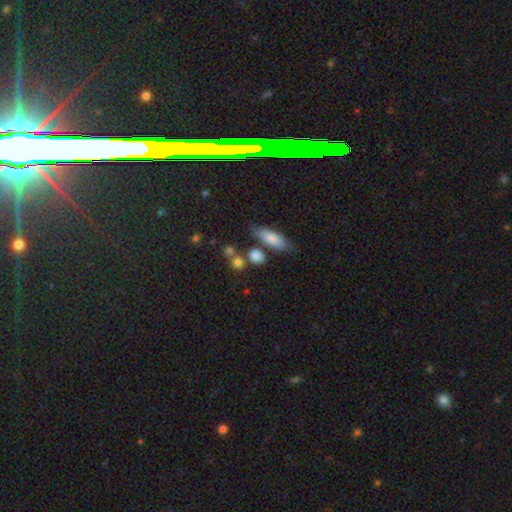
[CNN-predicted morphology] A smooth galaxy with no disk features (82%) that is round (60%).

Vote fractions:
- Smooth or featured? smooth: 82% / star or artifact: 10% / featured or disk: 8%
- How rounded? round: 60% / in between: 32% / cigar-shaped: 7%
- Merging? none: 67% / merger: 16% / minor disturbance: 13% / major disturbance: 4%